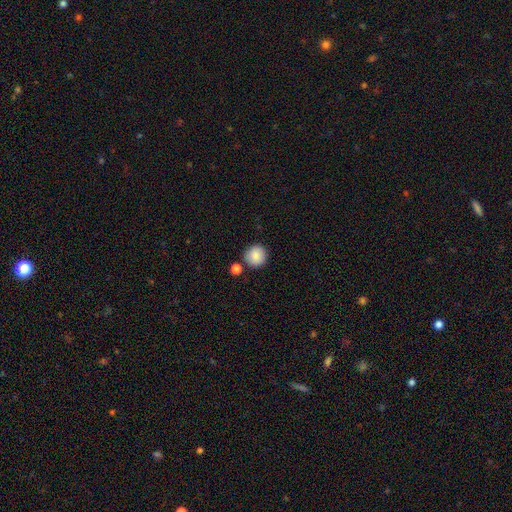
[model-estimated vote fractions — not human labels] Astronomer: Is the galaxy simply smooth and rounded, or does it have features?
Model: smooth — 86%.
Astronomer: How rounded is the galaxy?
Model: round — 93%.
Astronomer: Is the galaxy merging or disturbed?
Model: none — 81%.